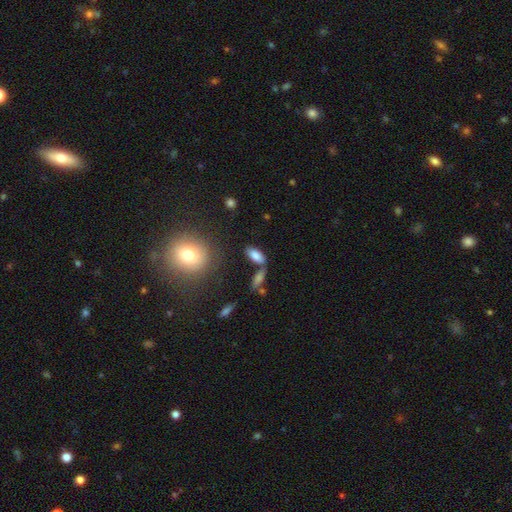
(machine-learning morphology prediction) Overall: smooth (81%). How rounded: in between (84%). Merging: none (60%; merger 21%).